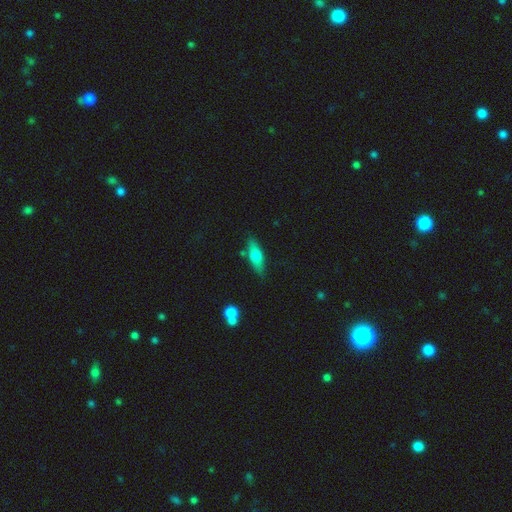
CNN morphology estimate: smooth 56%, featured or disk 38%, star or artifact 6%. Down the decision tree: how rounded — in between (49%); merging — none (80%).